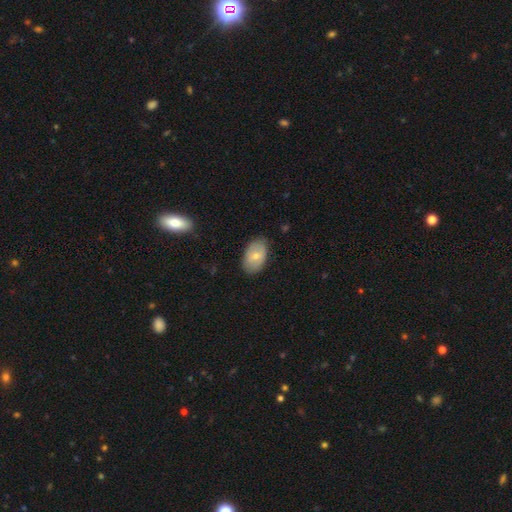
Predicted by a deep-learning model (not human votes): Q: Smooth or featured?
A: smooth (67%); runner-up: featured or disk (27%)
Q: How rounded?
A: in between (91%); runner-up: round (8%)
Q: Merging?
A: none (81%); runner-up: minor disturbance (15%)